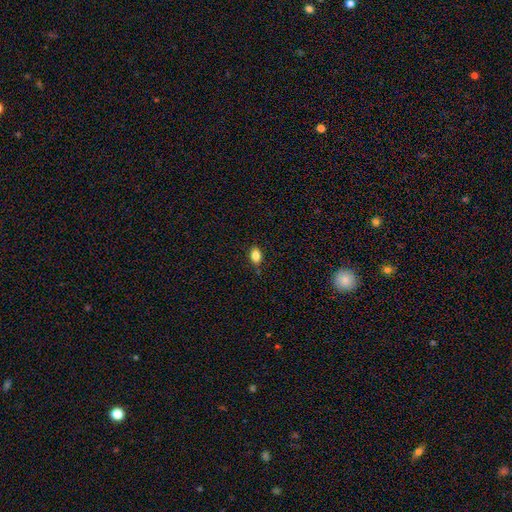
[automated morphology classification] The model was most divided on "how rounded": in between: 83%, round: 15%, cigar-shaped: 2%. More confident: smooth or featured — smooth (84%); merging — none (84%).